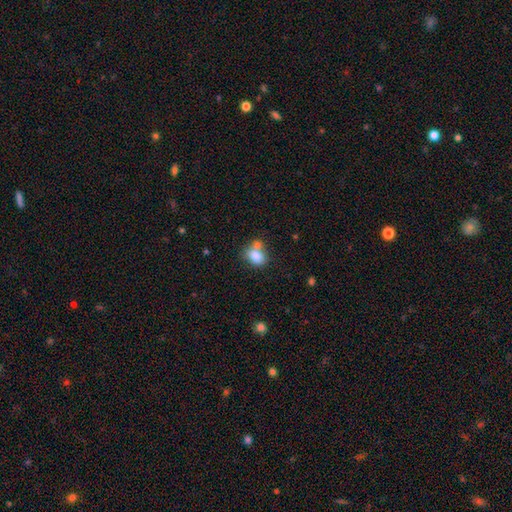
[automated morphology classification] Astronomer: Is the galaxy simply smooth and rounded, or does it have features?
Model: smooth — 80%.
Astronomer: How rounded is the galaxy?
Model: in between — 59% (runner-up: round, 40%).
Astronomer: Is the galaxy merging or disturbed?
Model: none — 44% (runner-up: merger, 38%).